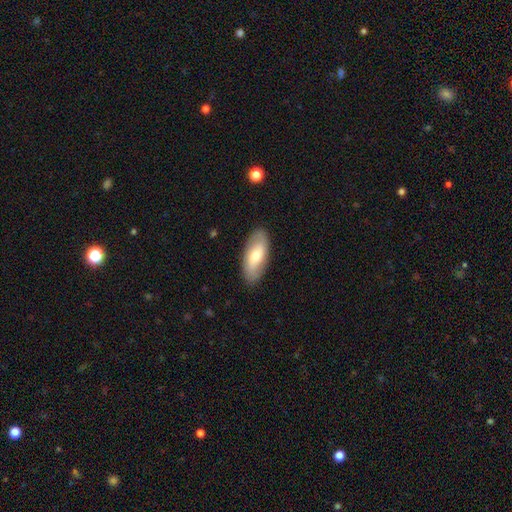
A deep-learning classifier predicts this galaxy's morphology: The model was most divided on "smooth or featured": smooth: 57%, featured or disk: 38%, star or artifact: 6%. More confident: merging — none (87%); how rounded — in between (85%).